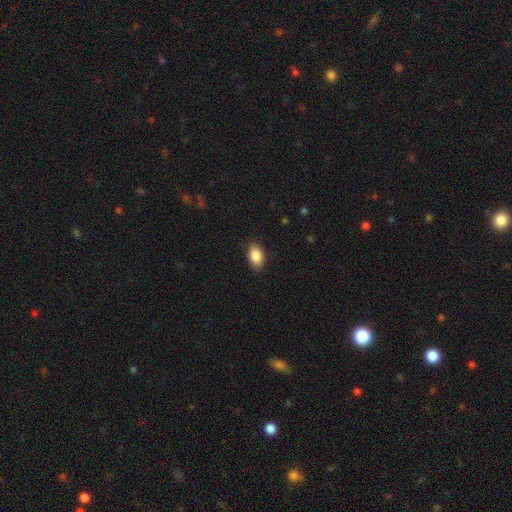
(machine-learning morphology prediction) Smooth or featured? Predicted: smooth (p=0.88). How rounded? Predicted: in between (p=0.89). Merging? Predicted: none (p=0.87).